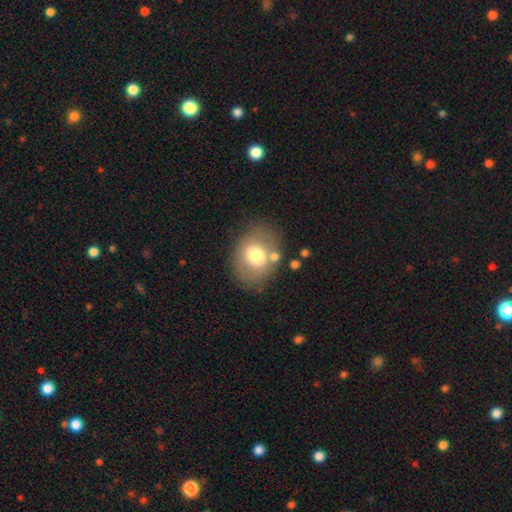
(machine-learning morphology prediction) This is likely a smooth galaxy (68%). How rounded: possibly in between (57%). Merging: likely none (71%).